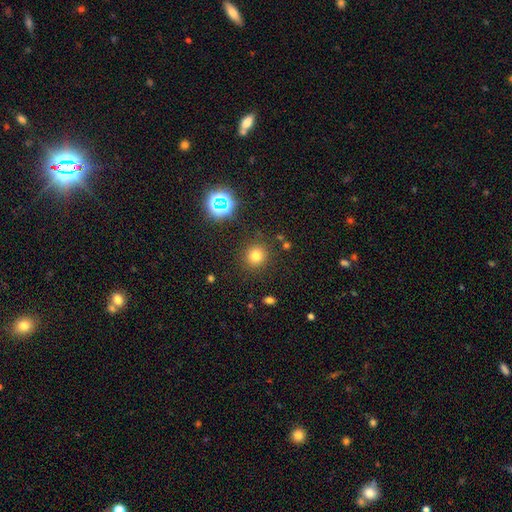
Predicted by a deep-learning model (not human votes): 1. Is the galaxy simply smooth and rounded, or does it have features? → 75% smooth, 18% star or artifact, 7% featured or disk.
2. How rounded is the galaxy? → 90% round, 9% in between, 1% cigar-shaped.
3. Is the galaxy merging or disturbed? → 86% none, 7% minor disturbance, 4% major disturbance, 3% merger.